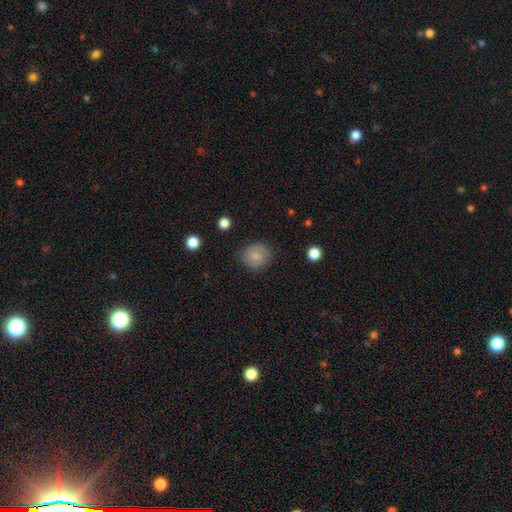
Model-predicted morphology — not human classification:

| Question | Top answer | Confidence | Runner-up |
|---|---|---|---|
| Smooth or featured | smooth | 73% | featured or disk (18%) |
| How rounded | round | 86% | in between (13%) |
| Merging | none | 81% | minor disturbance (14%) |